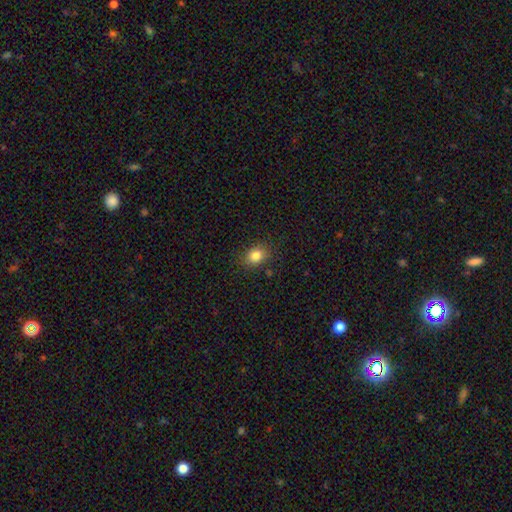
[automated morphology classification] smooth_or_featured: smooth (p=0.83) [alt: star or artifact p=0.11]
how_rounded: in between (p=0.54) [alt: round p=0.45]
merging: none (p=0.85) [alt: minor disturbance p=0.11]